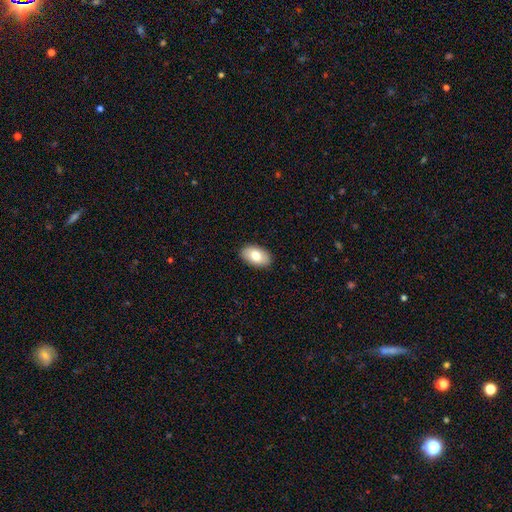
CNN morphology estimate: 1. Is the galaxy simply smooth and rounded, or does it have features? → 78% smooth, 15% featured or disk, 7% star or artifact.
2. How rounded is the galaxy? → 93% in between, 6% round, 1% cigar-shaped.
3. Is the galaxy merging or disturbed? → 90% none, 8% minor disturbance, 2% major disturbance, 1% merger.